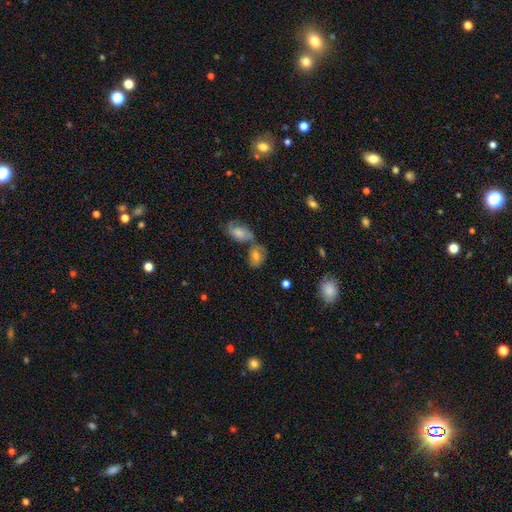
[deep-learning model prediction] smooth 64%, featured or disk 23%, star or artifact 13%. Down the decision tree: how rounded — in between (73%); merging — none (45%).